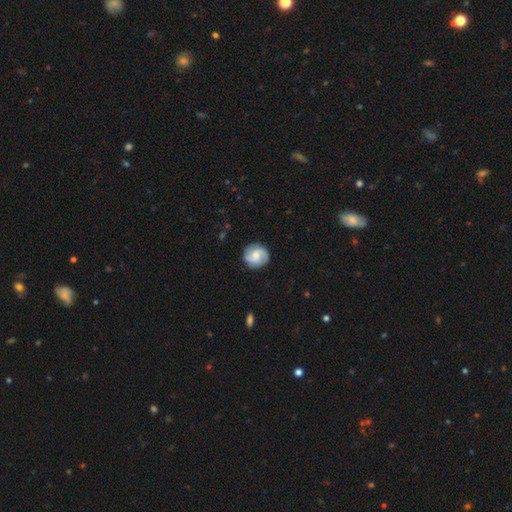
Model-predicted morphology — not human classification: Smooth or featured: featured or disk — 59% (smooth — 34%)
Edge-on disk: no — 98% (yes — 2%)
Bar: no — 48% (weak — 44%)
Spiral arms: yes — 92% (no — 8%)
Spiral winding: medium — 44% (tight — 34%)
Spiral arm count: 2 — 63% (3 — 16%)
Bulge size: moderate — 41% (small — 35%)
Merging: none — 84% (minor disturbance — 12%)